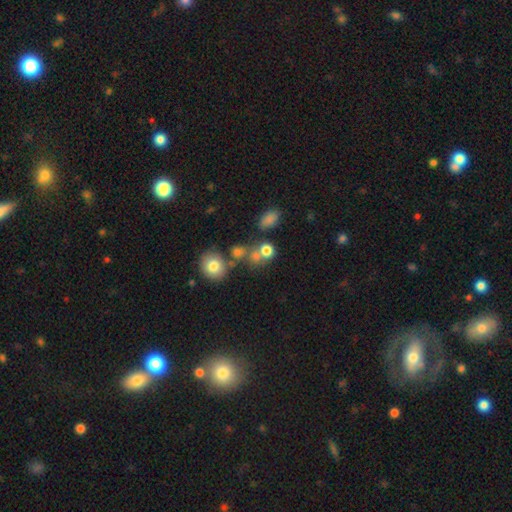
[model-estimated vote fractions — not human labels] The model was most divided on "merging": none: 53%, merger: 30%, minor disturbance: 11%, major disturbance: 7%. More confident: how rounded — round (75%); smooth or featured — smooth (65%).